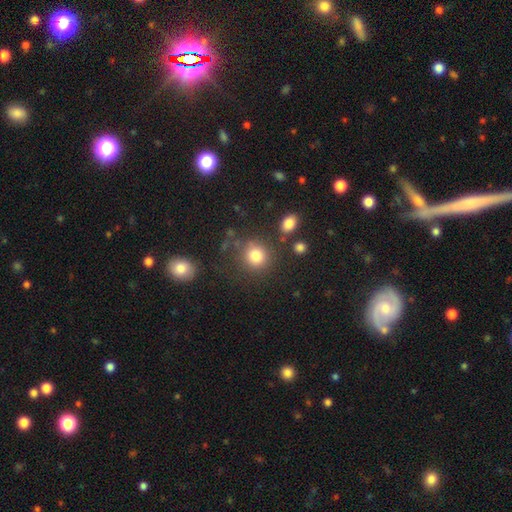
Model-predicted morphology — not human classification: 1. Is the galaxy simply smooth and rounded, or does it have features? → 81% smooth, 11% star or artifact, 7% featured or disk.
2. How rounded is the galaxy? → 87% round, 12% in between, 1% cigar-shaped.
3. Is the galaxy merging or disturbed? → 75% none, 12% minor disturbance, 7% merger, 6% major disturbance.